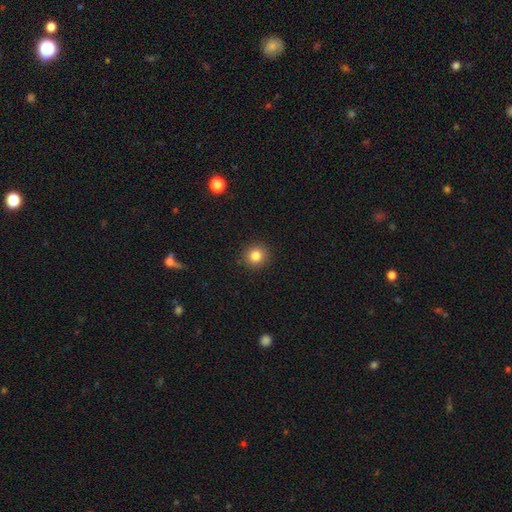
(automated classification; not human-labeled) A smooth galaxy with no disk features (83%) that is round (92%). Merging: none (91%).